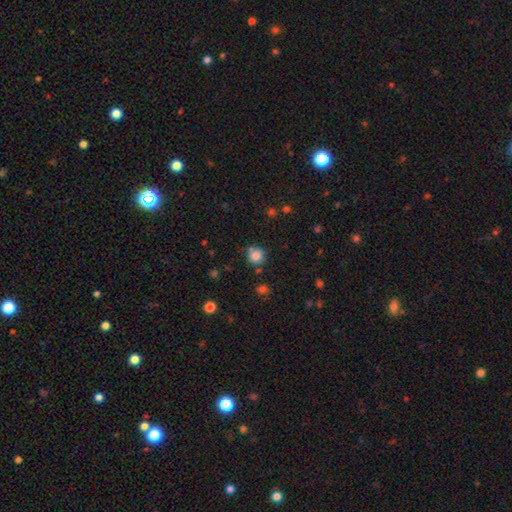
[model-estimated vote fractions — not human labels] smooth_or_featured: smooth (p=0.82) [alt: star or artifact p=0.12]
how_rounded: round (p=0.91) [alt: in between p=0.09]
merging: none (p=0.74) [alt: minor disturbance p=0.14]